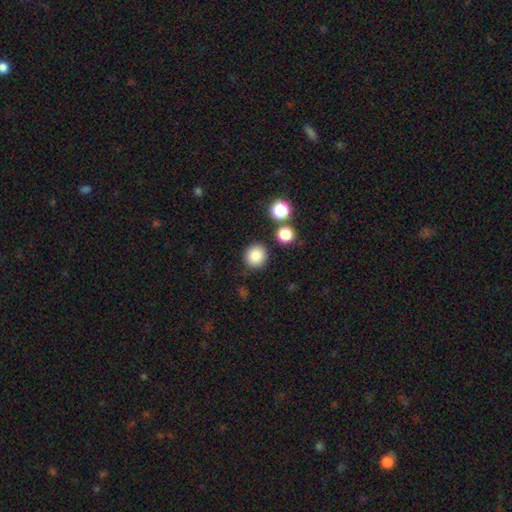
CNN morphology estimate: smooth 85%, star or artifact 10%, featured or disk 4%. Down the decision tree: how rounded — round (90%); merging — none (85%).